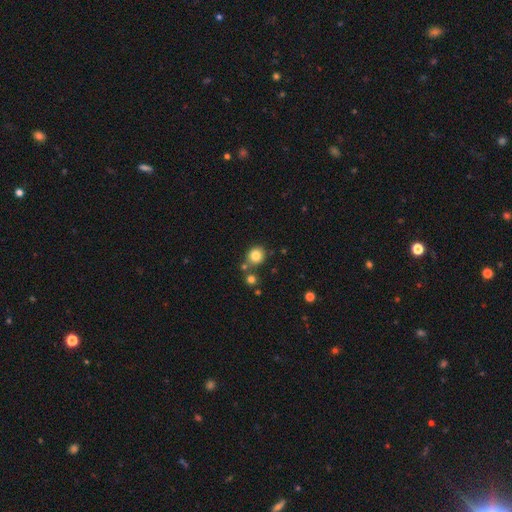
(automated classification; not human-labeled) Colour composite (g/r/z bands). It shows a smooth galaxy with no disk features (82%) that is round (85%). Merging: none (73%).